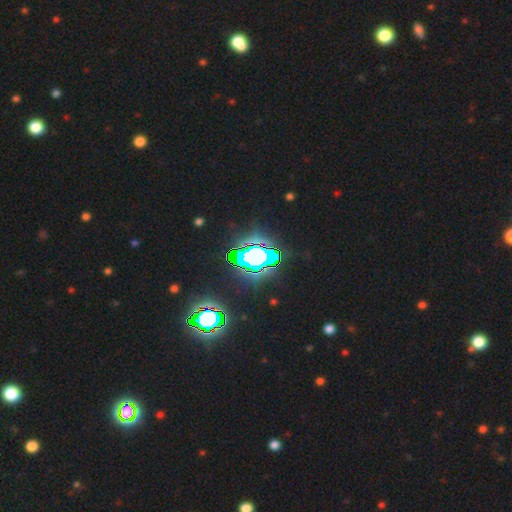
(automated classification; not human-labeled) smooth_or_featured: star or artifact (p=0.64) [alt: featured or disk p=0.18]